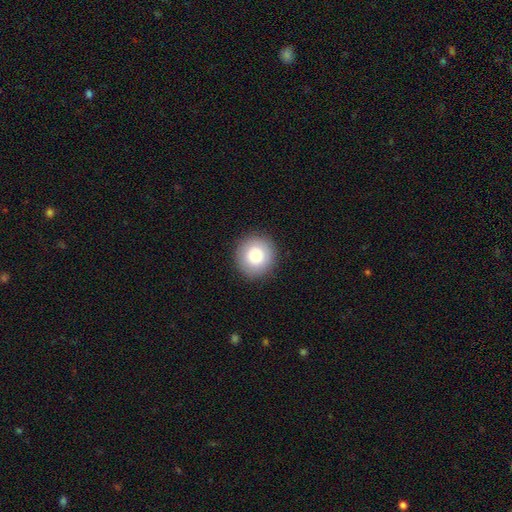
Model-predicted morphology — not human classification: smooth 81%, featured or disk 11%, star or artifact 9%. Down the decision tree: how rounded — round (92%); merging — none (91%).